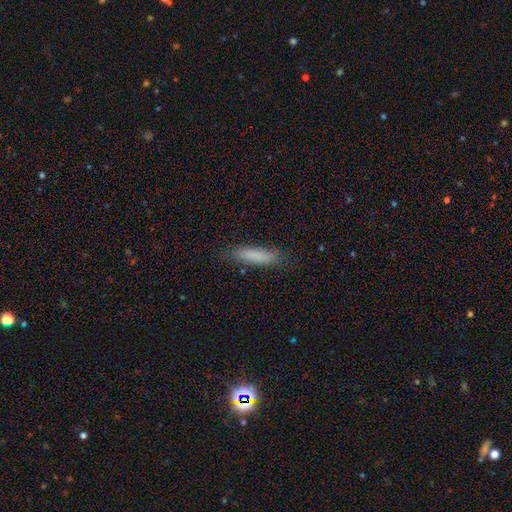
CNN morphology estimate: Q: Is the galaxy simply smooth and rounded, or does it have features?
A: smooth — 83%.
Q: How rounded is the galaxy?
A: cigar-shaped — 77%.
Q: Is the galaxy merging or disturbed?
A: none — 82%.